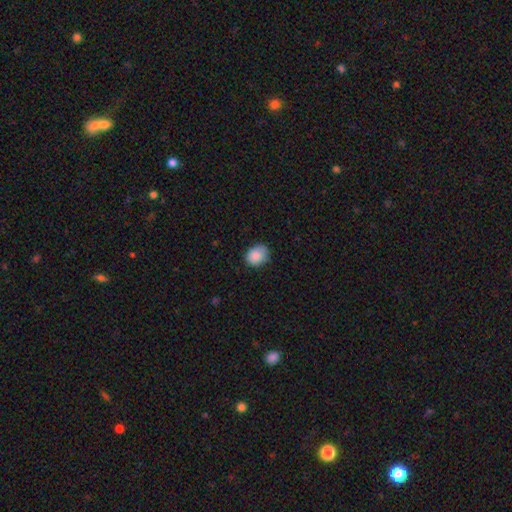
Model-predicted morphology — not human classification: Smooth or featured? smooth (87%)
How rounded? round (58%)
Merging? none (74%)